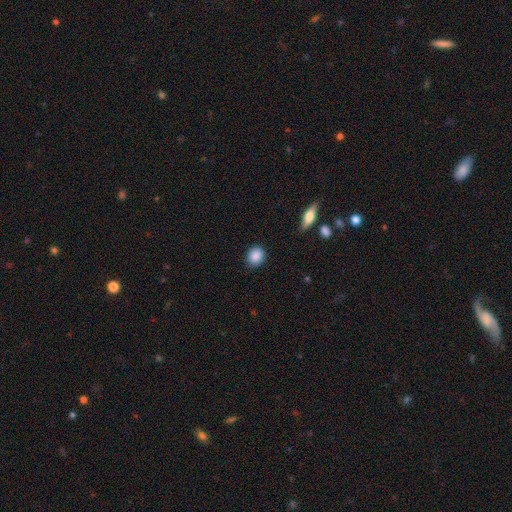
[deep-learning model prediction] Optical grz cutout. It shows a smooth galaxy with no disk features (88%) that is round (73%). Merging: none (85%).